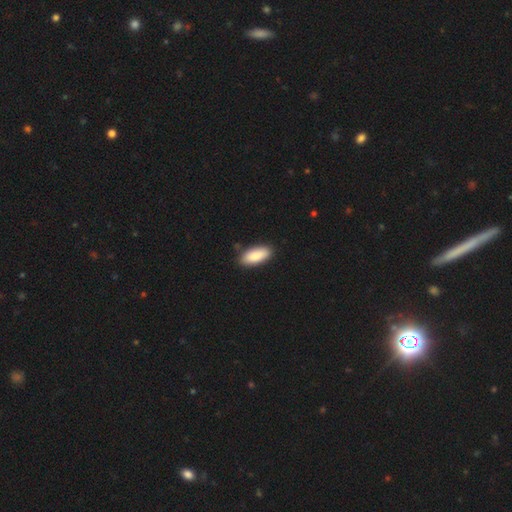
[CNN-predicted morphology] The model was most divided on "how rounded": in between: 83%, cigar-shaped: 15%, round: 2%. More confident: smooth or featured — smooth (88%); merging — none (87%).